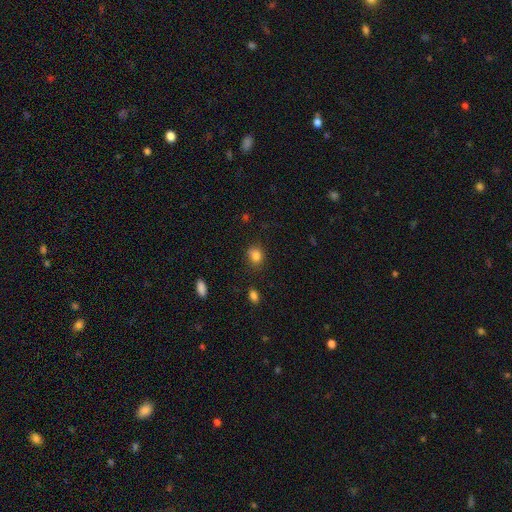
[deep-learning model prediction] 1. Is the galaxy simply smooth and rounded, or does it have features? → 83% smooth, 11% star or artifact, 6% featured or disk.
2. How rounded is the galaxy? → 56% round, 43% in between, 1% cigar-shaped.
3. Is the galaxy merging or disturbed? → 75% none, 17% minor disturbance, 4% major disturbance, 3% merger.